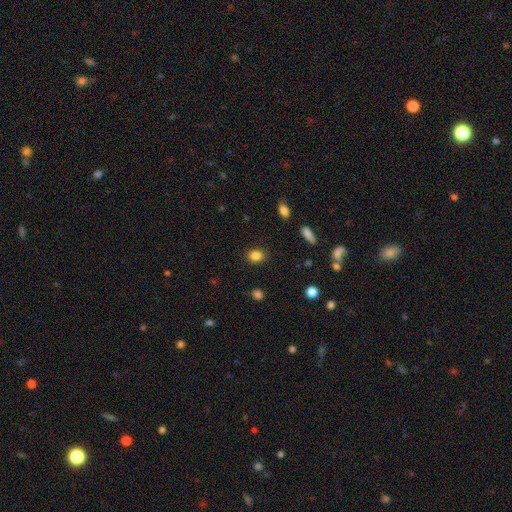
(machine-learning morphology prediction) A smooth galaxy with no disk features (85%) that is round (53%). Merging: none (88%).